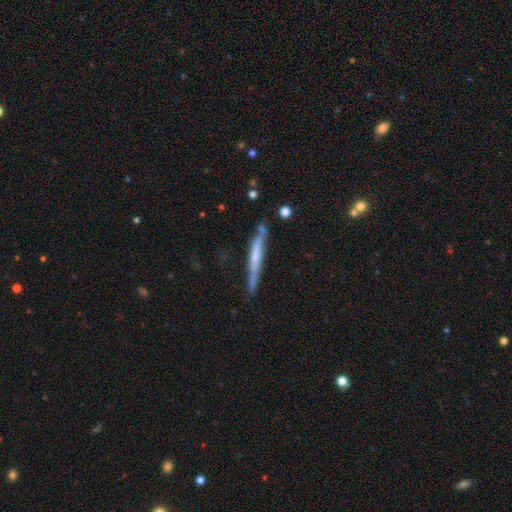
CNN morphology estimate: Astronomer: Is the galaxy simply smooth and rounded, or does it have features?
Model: featured or disk — 55% (runner-up: smooth, 39%).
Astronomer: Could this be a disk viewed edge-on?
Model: yes — 91%.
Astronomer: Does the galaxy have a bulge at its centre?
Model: none — 57%.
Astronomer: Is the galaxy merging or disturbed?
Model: none — 68%.